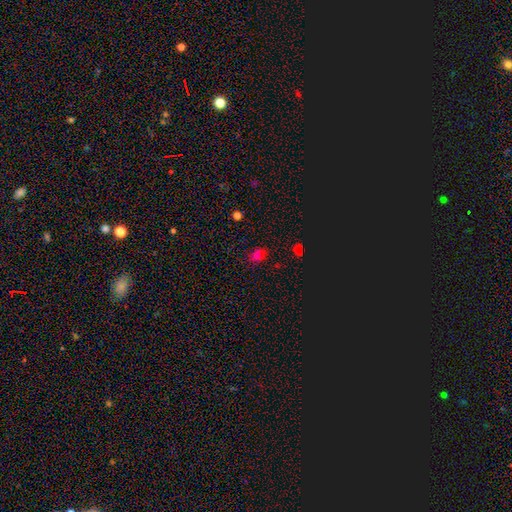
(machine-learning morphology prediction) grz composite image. It shows a smooth galaxy with no disk features (67%) that is in between round and cigar-shaped (57%). Merging: none (80%).